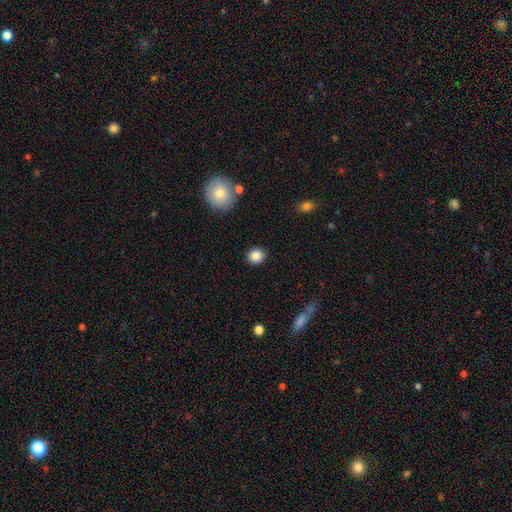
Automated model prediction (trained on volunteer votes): A smooth galaxy with no disk features (86%) that is round (88%).

Vote fractions:
- Smooth or featured? smooth: 86% / star or artifact: 10% / featured or disk: 4%
- How rounded? round: 88% / in between: 11% / cigar-shaped: 1%
- Merging? none: 91% / minor disturbance: 6% / major disturbance: 2% / merger: 1%